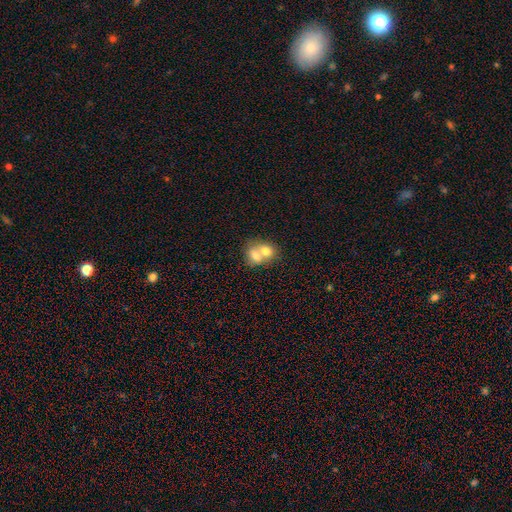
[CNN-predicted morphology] This is likely a smooth galaxy (69%). How rounded: possibly round (53%). Merging: likely merger (75%).